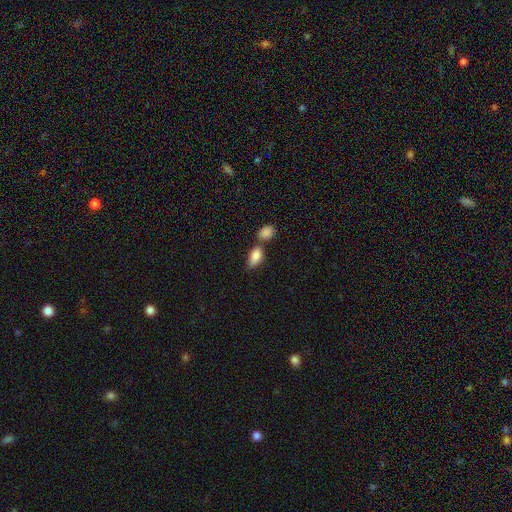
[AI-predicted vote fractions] smooth-or-featured: smooth: 85% | star or artifact: 8% | featured or disk: 7%
  how-rounded: in between: 89% | round: 7% | cigar-shaped: 4%
  merging: none: 43% | merger: 36% | minor disturbance: 16% | major disturbance: 6%